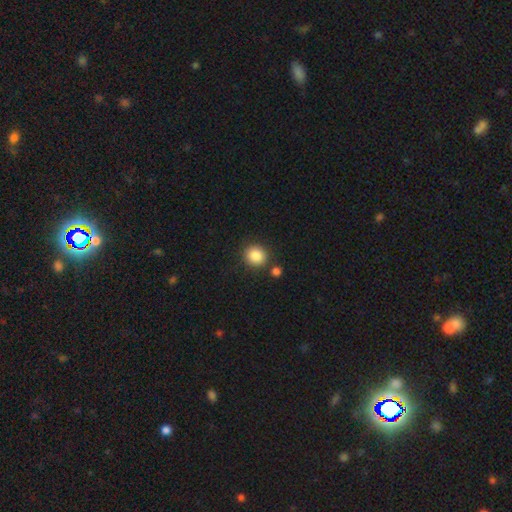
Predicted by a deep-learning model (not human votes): Morphology: type=smooth (87%); roundness=round (87%); merging=none (82%).